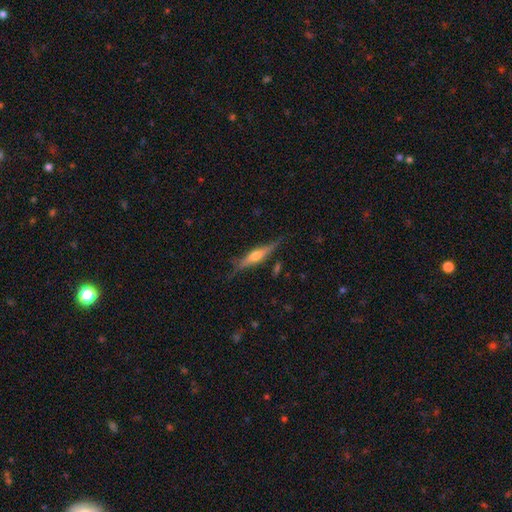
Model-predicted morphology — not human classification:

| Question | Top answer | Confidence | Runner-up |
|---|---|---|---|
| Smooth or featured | featured or disk | 62% | smooth (32%) |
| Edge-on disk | yes | 93% | no (7%) |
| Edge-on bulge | rounded | 85% | boxy (8%) |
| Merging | none | 75% | minor disturbance (18%) |